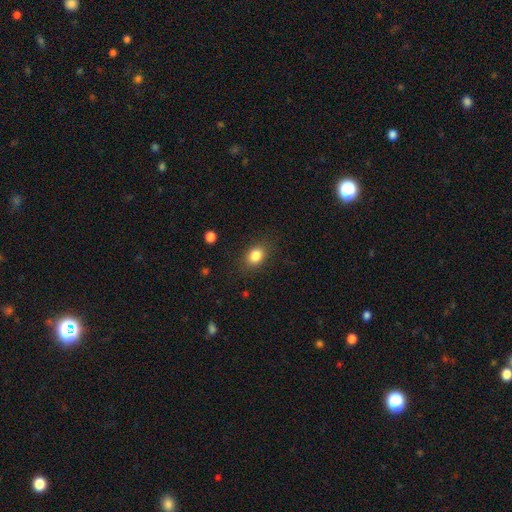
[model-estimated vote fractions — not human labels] smooth_or_featured: smooth (p=0.84) [alt: star or artifact p=0.10]
how_rounded: in between (p=0.59) [alt: round p=0.40]
merging: none (p=0.84) [alt: minor disturbance p=0.11]